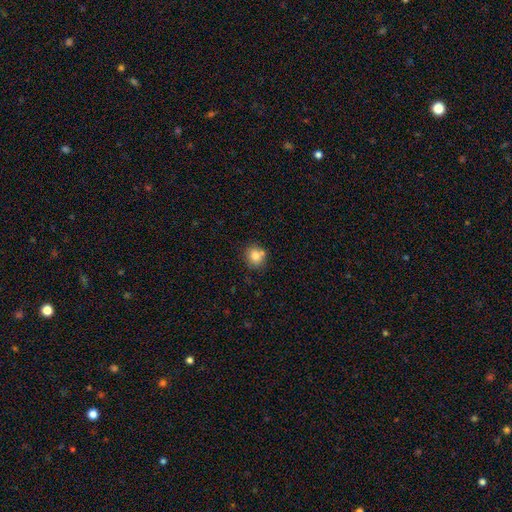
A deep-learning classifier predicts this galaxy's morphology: This is clearly a smooth galaxy (81%). How rounded: likely round (79%). Merging: likely none (68%).